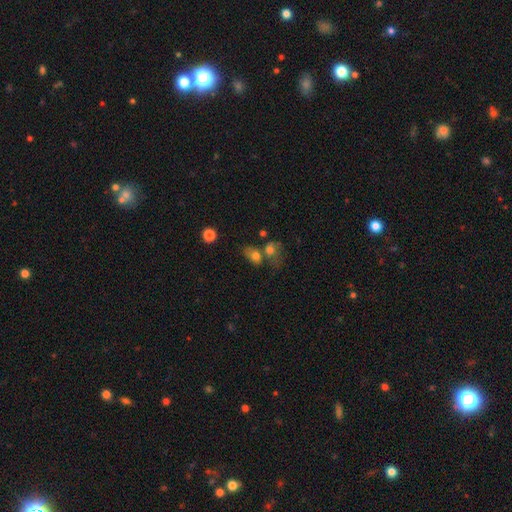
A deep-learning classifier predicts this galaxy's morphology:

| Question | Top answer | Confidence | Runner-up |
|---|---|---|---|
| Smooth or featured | smooth | 72% | featured or disk (16%) |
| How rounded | in between | 71% | round (26%) |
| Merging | merger | 47% | none (29%) |